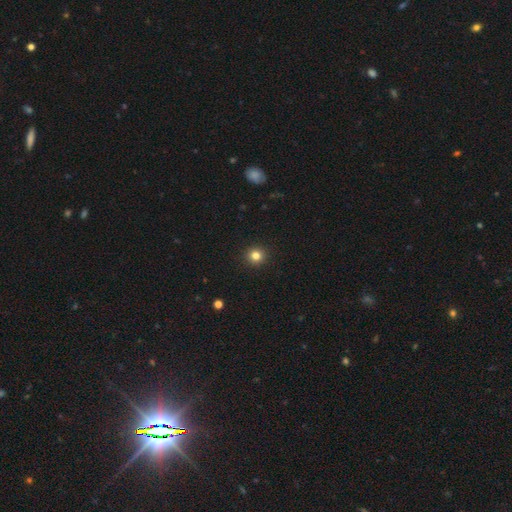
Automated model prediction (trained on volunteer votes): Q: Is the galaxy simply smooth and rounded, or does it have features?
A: smooth — 82%.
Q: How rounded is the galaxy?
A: round — 93%.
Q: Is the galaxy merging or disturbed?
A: none — 93%.